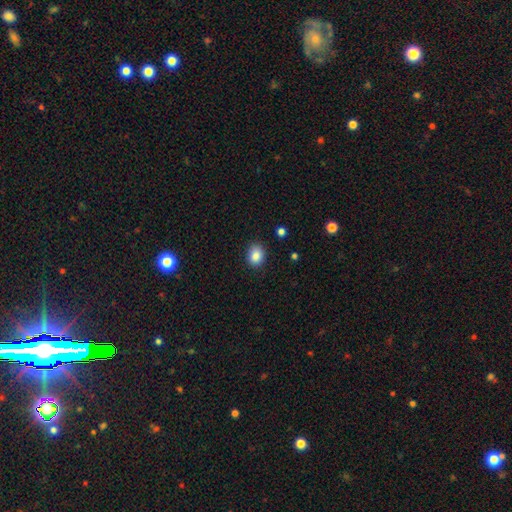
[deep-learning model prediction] This appears to be a smooth galaxy with no disk features (87%) that is in between round and cigar-shaped (50%). Merging: none (86%).